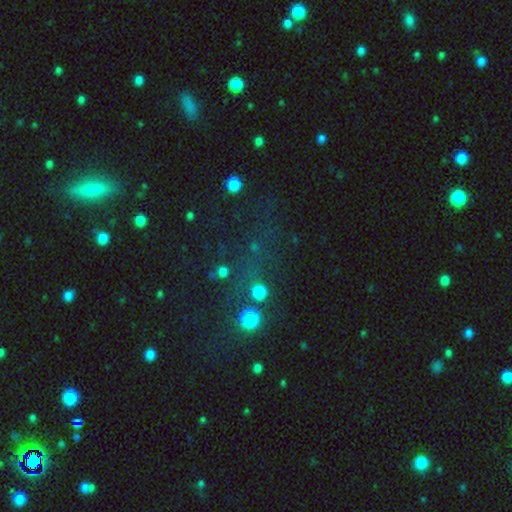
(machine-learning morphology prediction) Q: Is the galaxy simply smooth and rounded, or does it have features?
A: star or artifact — 54%.